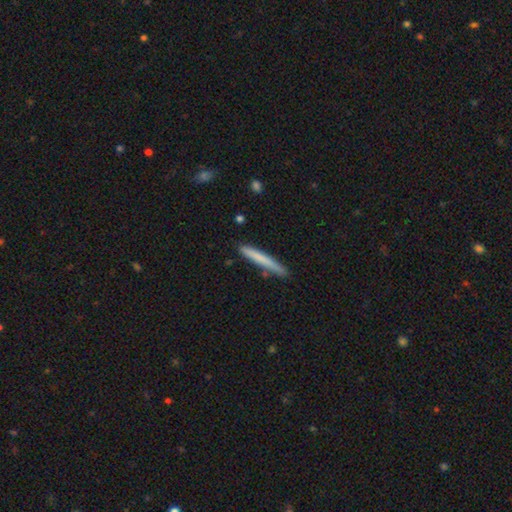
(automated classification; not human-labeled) Q: Smooth or featured?
A: smooth (71%); runner-up: featured or disk (23%)
Q: How rounded?
A: cigar-shaped (97%); runner-up: in between (2%)
Q: Merging?
A: none (85%); runner-up: minor disturbance (11%)